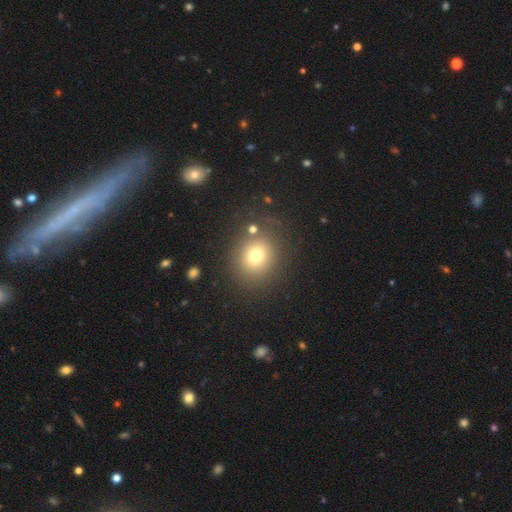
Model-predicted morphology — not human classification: A smooth galaxy with no disk features (74%) that is round (82%).

Vote fractions:
- Smooth or featured? smooth: 74% / star or artifact: 15% / featured or disk: 11%
- How rounded? round: 82% / in between: 17% / cigar-shaped: 1%
- Merging? none: 81% / minor disturbance: 10% / major disturbance: 5% / merger: 5%